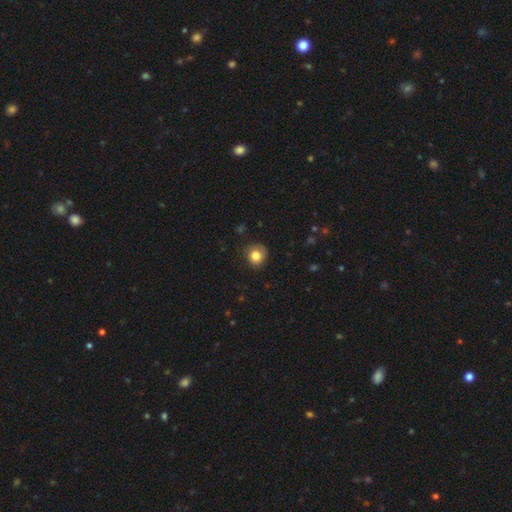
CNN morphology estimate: type=smooth (81%); roundness=round (86%); merging=none (77%).